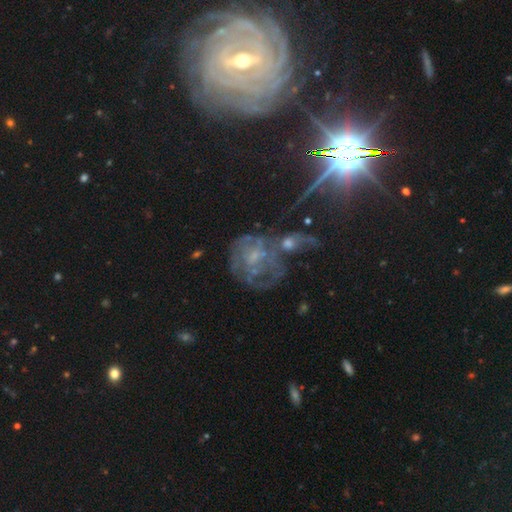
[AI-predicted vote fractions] Smooth or featured? featured or disk (58%)
Edge-on disk? no (95%)
Bar? no (67%)
Spiral arms? yes (56%)
Bulge size? small (48%)
Merging? none (35%)